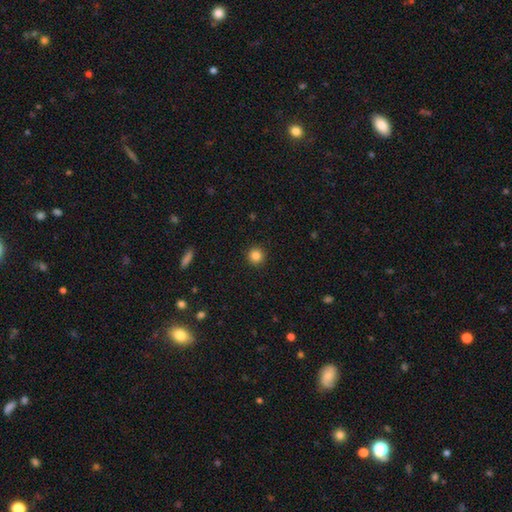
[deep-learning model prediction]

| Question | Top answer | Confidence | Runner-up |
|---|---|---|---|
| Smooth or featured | smooth | 84% | star or artifact (11%) |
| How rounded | round | 95% | in between (4%) |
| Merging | none | 92% | minor disturbance (5%) |